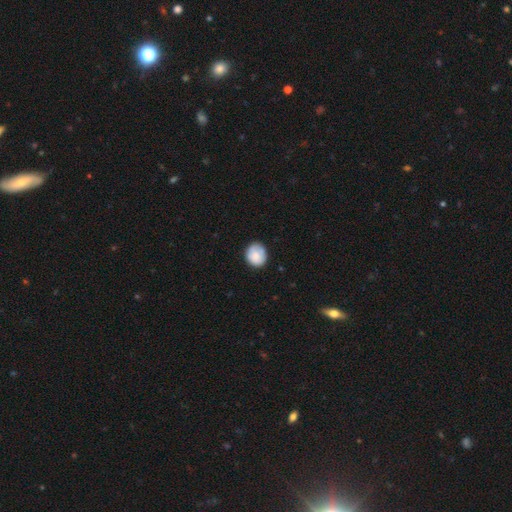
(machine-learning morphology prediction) type=smooth (81%); roundness=round (74%); merging=none (75%).